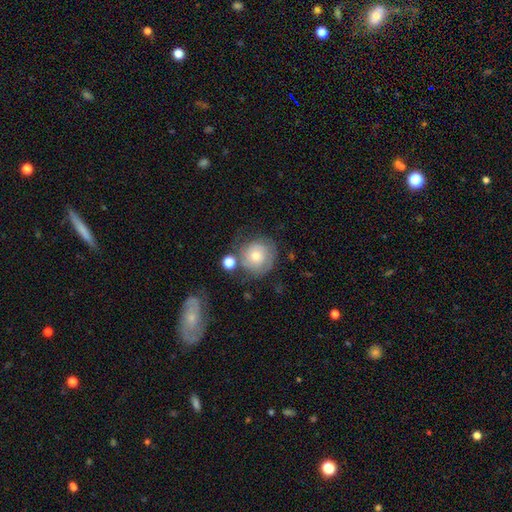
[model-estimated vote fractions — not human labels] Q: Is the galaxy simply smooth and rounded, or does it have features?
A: featured or disk — 50%.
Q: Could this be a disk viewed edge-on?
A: no — 97%.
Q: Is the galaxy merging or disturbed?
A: none — 61%.